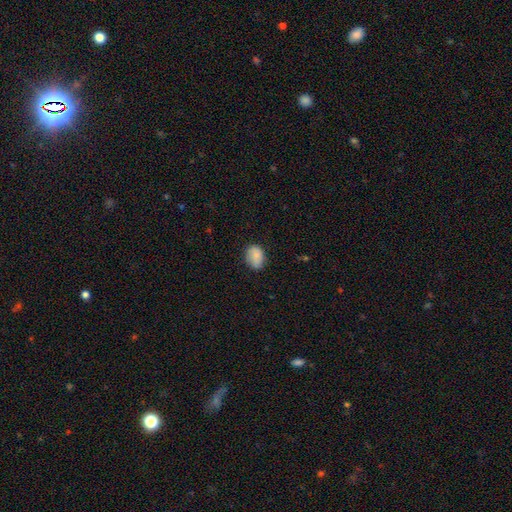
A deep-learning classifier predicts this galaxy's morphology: smooth 83%, featured or disk 9%, star or artifact 8%. Down the decision tree: how rounded — in between (68%); merging — none (74%).